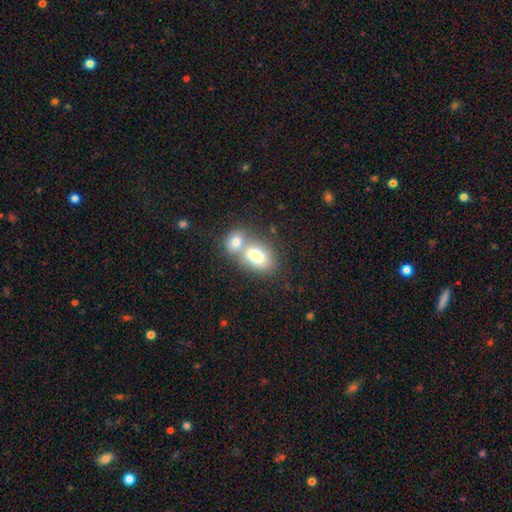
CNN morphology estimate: smooth 75%, featured or disk 17%, star or artifact 8%. Down the decision tree: how rounded — in between (74%); merging — merger (57%).